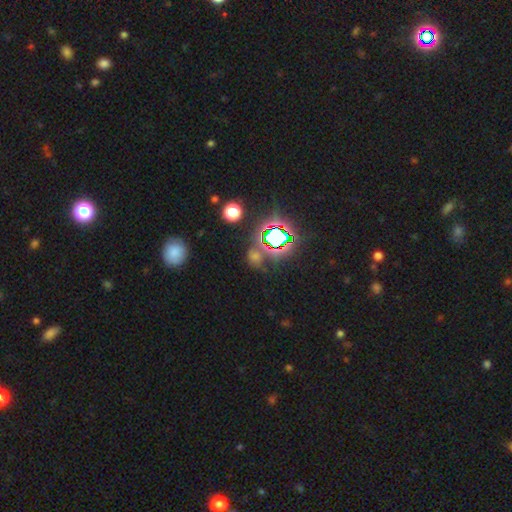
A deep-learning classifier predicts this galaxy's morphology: This is possibly a star or artifact rather than a galaxy (60%).